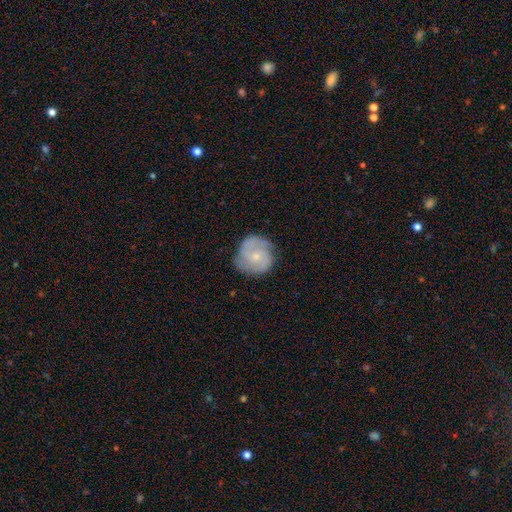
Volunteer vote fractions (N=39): featured or disk 79%, smooth 15%, star or artifact 5%. Down the decision tree: edge-on disk — no (97%); bar — no (73%); spiral arms — yes (93%); spiral arm count — 2 (75%); spiral winding — tight (46%); bulge size — small (70%); merging — none (86%).